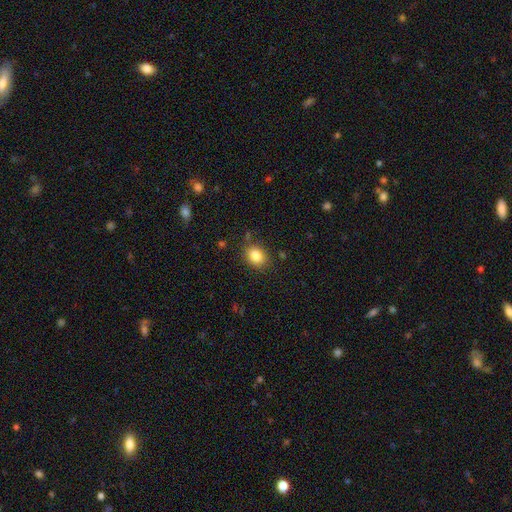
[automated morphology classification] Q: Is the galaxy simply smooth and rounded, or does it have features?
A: smooth — 84%.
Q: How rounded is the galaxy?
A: round — 51%.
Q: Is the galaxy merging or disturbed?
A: none — 82%.